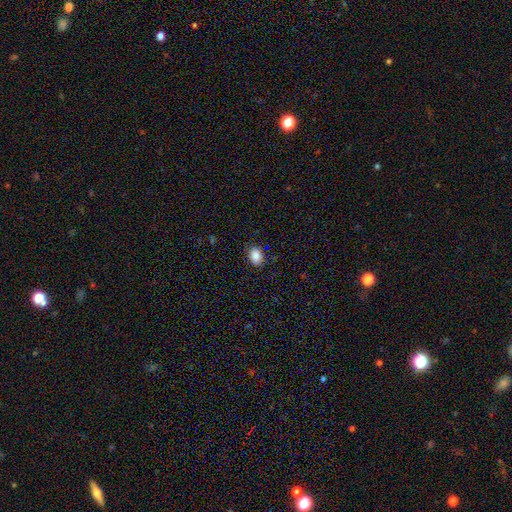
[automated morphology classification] Overall: smooth (87%). How rounded: in between (64%; round 35%). Merging: none (86%).